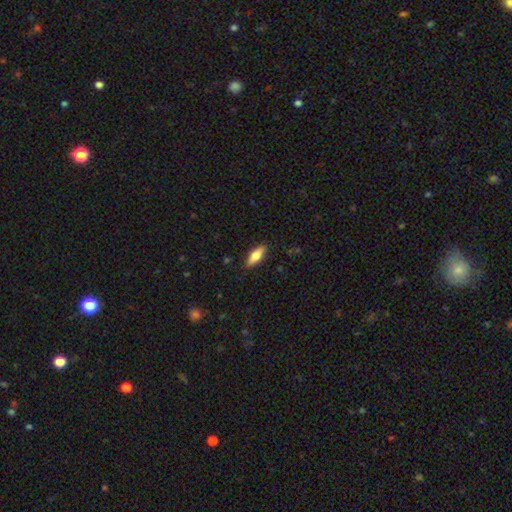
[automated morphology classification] Smooth or featured?
  - smooth: 73% *
  - featured or disk: 21%
  - star or artifact: 6%
How rounded?
  - in between: 65% *
  - cigar-shaped: 33%
  - round: 2%
Merging?
  - none: 86% *
  - minor disturbance: 11%
  - major disturbance: 2%
  - merger: 1%